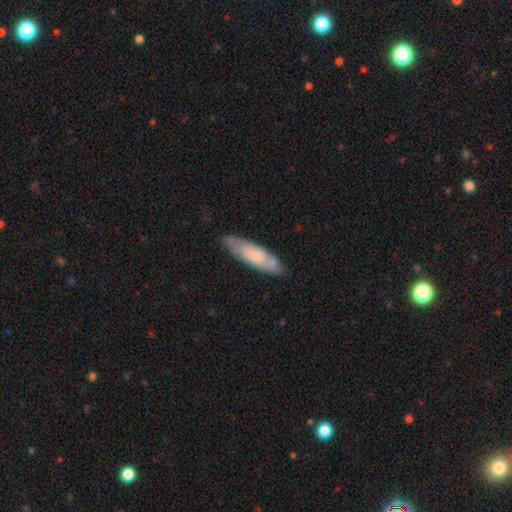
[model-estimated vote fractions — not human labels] Q: Smooth or featured?
A: smooth (60%); runner-up: featured or disk (35%)
Q: How rounded?
A: cigar-shaped (61%); runner-up: in between (37%)
Q: Merging?
A: none (76%); runner-up: minor disturbance (18%)